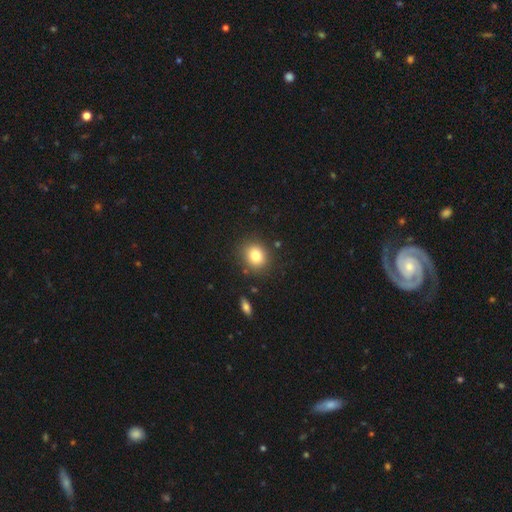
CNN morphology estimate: This is clearly a smooth galaxy (81%). How rounded: likely round (73%). Merging: clearly none (86%).